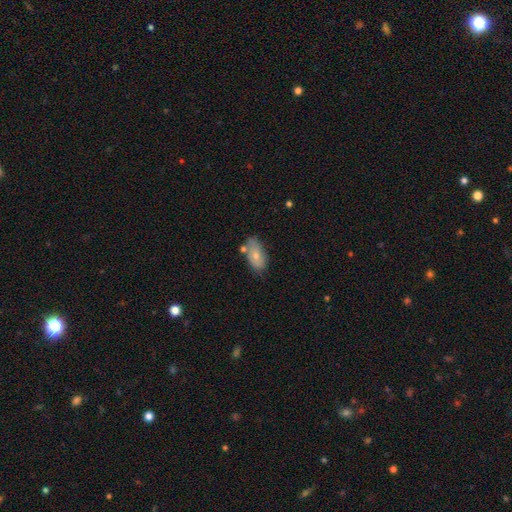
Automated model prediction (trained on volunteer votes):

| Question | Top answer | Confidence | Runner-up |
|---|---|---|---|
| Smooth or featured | smooth | 70% | featured or disk (24%) |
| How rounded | in between | 91% | round (5%) |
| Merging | none | 60% | minor disturbance (22%) |